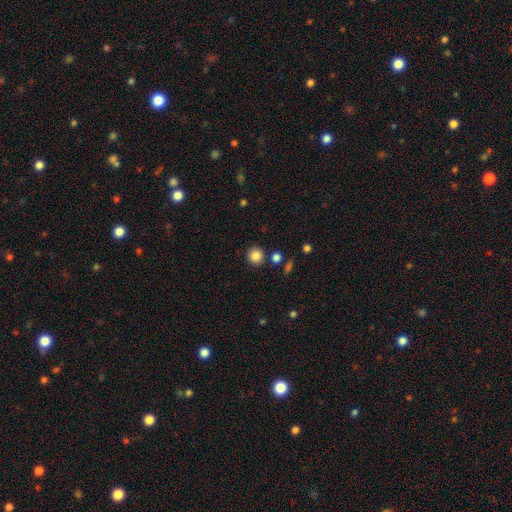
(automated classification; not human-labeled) Smooth or featured: smooth — 85% (star or artifact — 10%)
How rounded: round — 91% (in between — 8%)
Merging: none — 86% (minor disturbance — 7%)